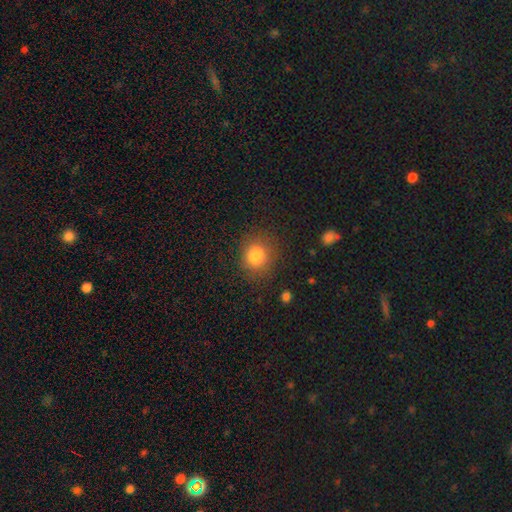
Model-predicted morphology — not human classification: Smooth or featured? smooth (83%)
How rounded? round (81%)
Merging? none (84%)